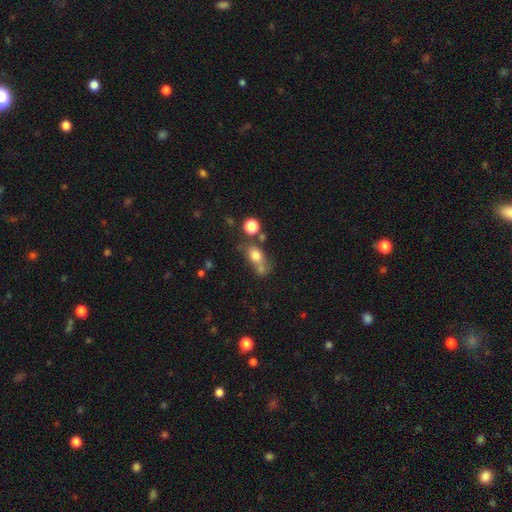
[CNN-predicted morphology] smooth 73%, featured or disk 14%, star or artifact 13%. Down the decision tree: how rounded — in between (54%); merging — none (40%).